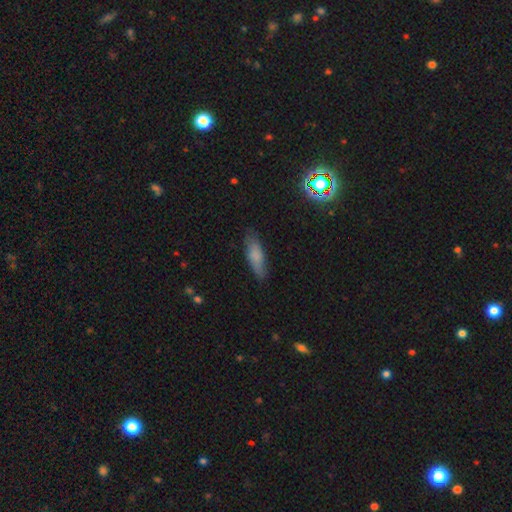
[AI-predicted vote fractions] Smooth or featured: smooth — 76% (featured or disk — 16%)
How rounded: in between — 50% (cigar-shaped — 48%)
Merging: none — 77% (minor disturbance — 18%)